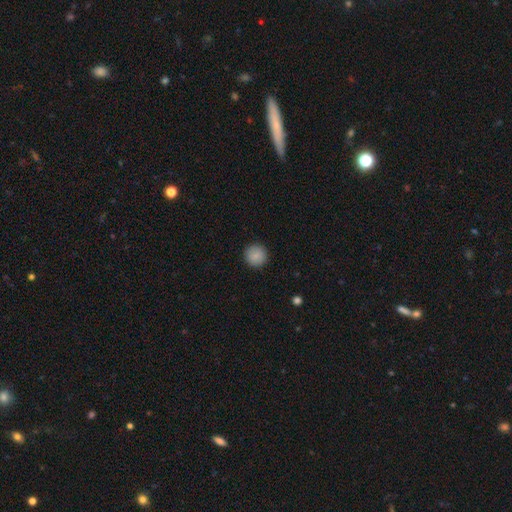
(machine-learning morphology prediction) This is clearly a smooth galaxy (89%). How rounded: clearly round (95%). Merging: clearly none (93%).